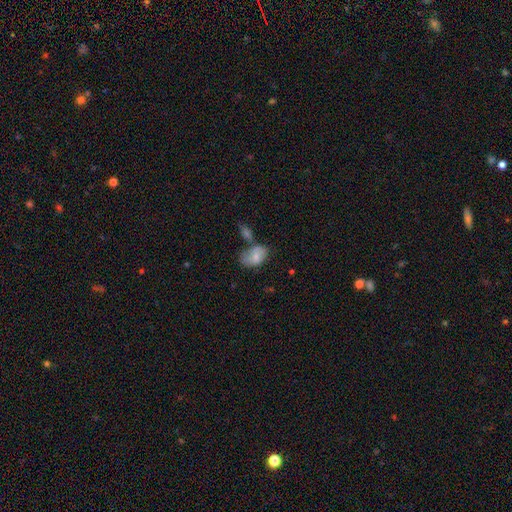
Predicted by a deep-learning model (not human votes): smooth_or_featured: smooth (p=0.69) [alt: featured or disk p=0.23]
how_rounded: in between (p=0.87) [alt: round p=0.12]
merging: none (p=0.38) [alt: merger p=0.26]